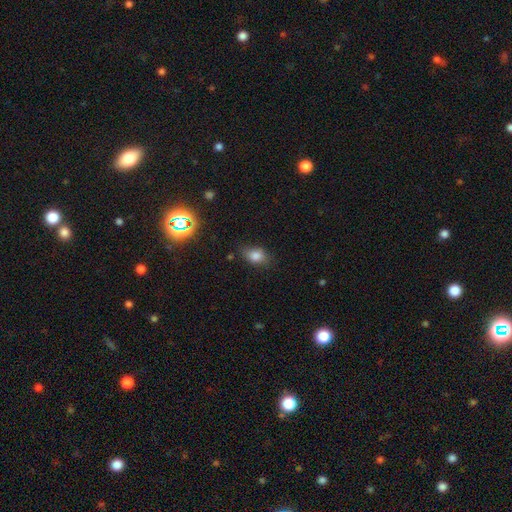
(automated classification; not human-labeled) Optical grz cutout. It shows a smooth galaxy with no disk features (80%) that is in between round and cigar-shaped (76%). Merging: none (70%).